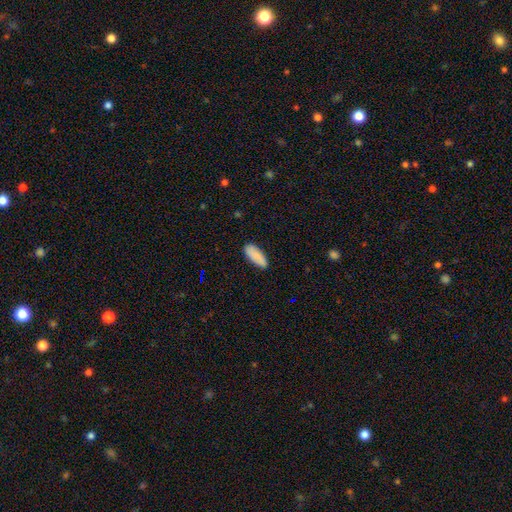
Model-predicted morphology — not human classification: Smooth or featured: smooth — 88% (star or artifact — 6%)
How rounded: in between — 73% (cigar-shaped — 25%)
Merging: none — 85% (minor disturbance — 12%)